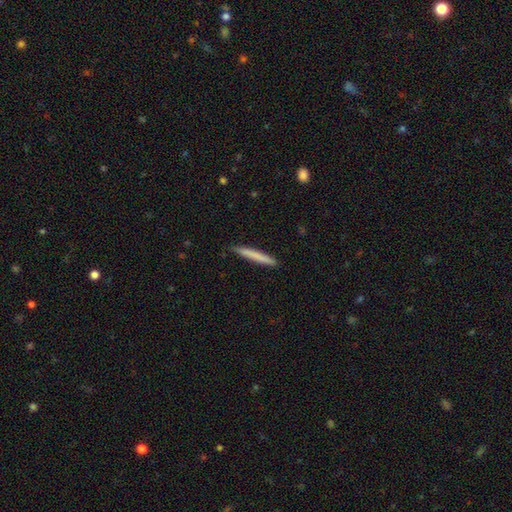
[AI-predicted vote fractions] A smooth galaxy with no disk features (75%) that is cigar-shaped (97%).

Vote fractions:
- Smooth or featured? smooth: 75% / featured or disk: 19% / star or artifact: 6%
- How rounded? cigar-shaped: 97% / in between: 2% / round: 1%
- Merging? none: 89% / minor disturbance: 9% / major disturbance: 1% / merger: 1%